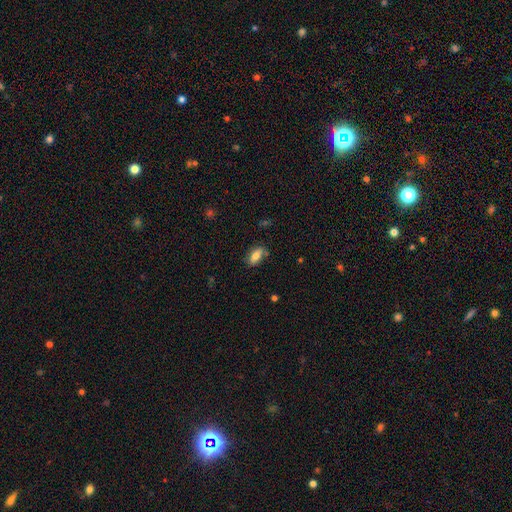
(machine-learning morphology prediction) Smooth or featured: smooth — 74% (featured or disk — 18%)
How rounded: in between — 86% (cigar-shaped — 9%)
Merging: none — 71% (minor disturbance — 19%)